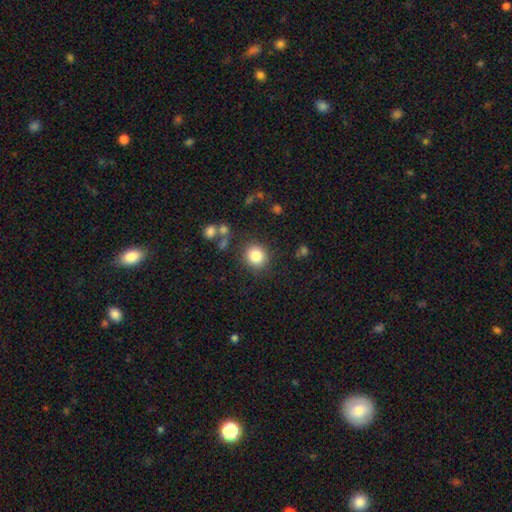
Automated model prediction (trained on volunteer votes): This appears to be a smooth galaxy with no disk features (83%) that is round (88%). Merging: none (85%).